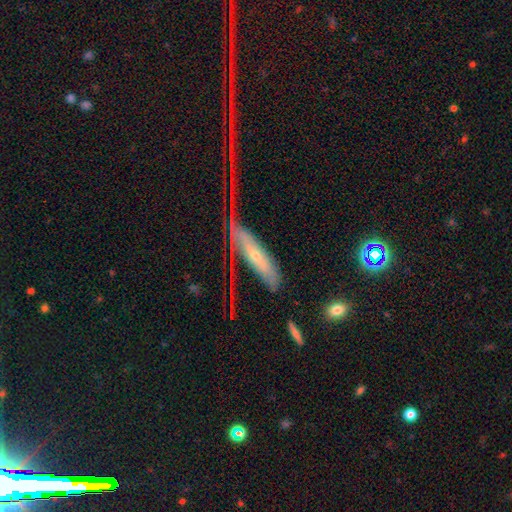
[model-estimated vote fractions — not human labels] Morphology: type=featured or disk (67%); edge-on=no (63%); merging=major disturbance (54%).